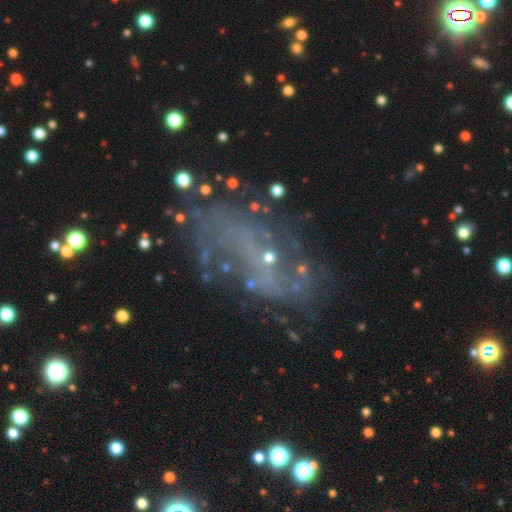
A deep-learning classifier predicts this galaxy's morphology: featured or disk 64%, star or artifact 19%, smooth 17%. Down the decision tree: edge-on disk — no (91%); bar — no (59%); spiral arms — yes (71%); bulge size — small (72%); merging — none (64%).